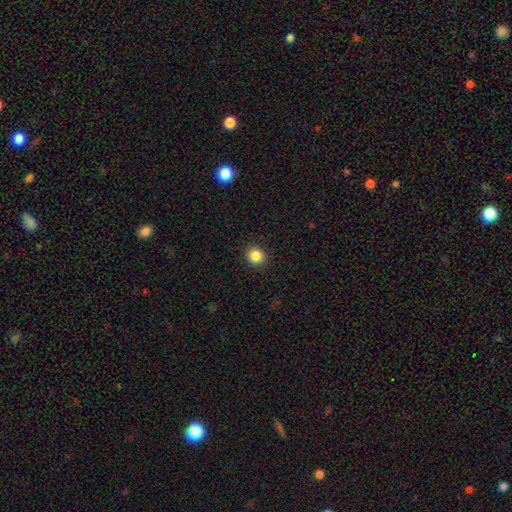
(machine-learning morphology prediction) A smooth galaxy with no disk features (86%) that is round (88%).

Vote fractions:
- Smooth or featured? smooth: 86% / star or artifact: 10% / featured or disk: 4%
- How rounded? round: 88% / in between: 11% / cigar-shaped: 1%
- Merging? none: 92% / minor disturbance: 6% / major disturbance: 2% / merger: 1%